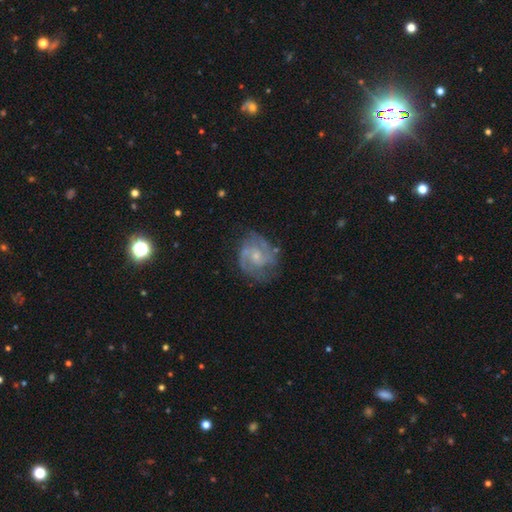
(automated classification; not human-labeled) This is clearly a featured or disk galaxy (80%). It is clearly not viewed edge-on (98%). Bar: possibly no (59%). Spiral arm pattern: clearly yes (92%). Spiral arm count: likely 2 (64%). Spiral winding: possibly medium (49%). Central bulge: likely small (66%). Merging: likely none (67%).